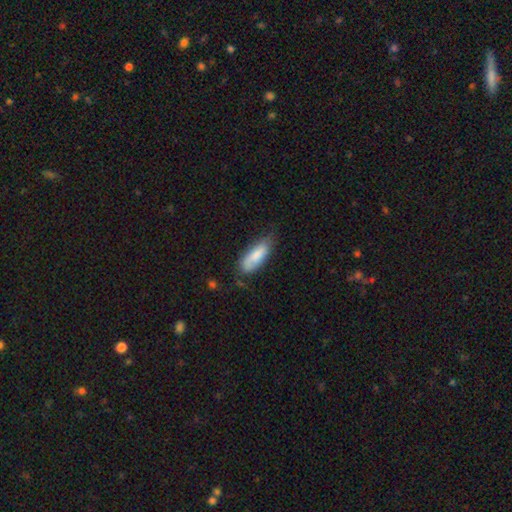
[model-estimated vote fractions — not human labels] This appears to be a smooth galaxy with no disk features (77%) that is in between round and cigar-shaped (70%). Merging: none (62%).